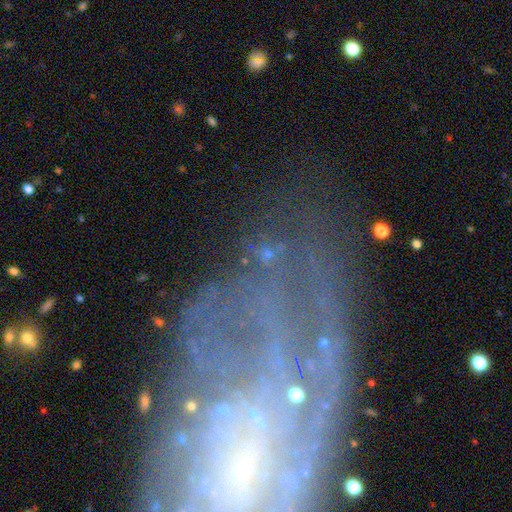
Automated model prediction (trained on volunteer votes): smooth_or_featured: featured or disk (p=0.67) [alt: smooth p=0.17]
disk_edge_on: no (p=0.93) [alt: yes p=0.07]
bar: no (p=0.71) [alt: weak p=0.19]
has_spiral_arms: yes (p=0.55) [alt: no p=0.45]
bulge_size: none (p=0.40) [alt: small p=0.37]
merging: none (p=0.54) [alt: major disturbance p=0.22]